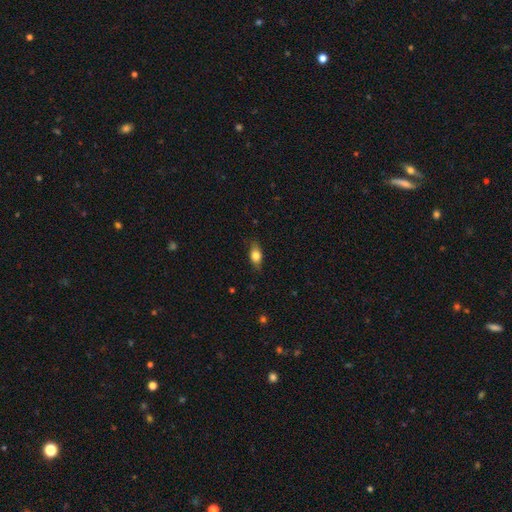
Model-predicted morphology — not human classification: Smooth or featured?
  - smooth: 76% *
  - featured or disk: 16%
  - star or artifact: 7%
How rounded?
  - in between: 80% *
  - cigar-shaped: 12%
  - round: 8%
Merging?
  - none: 81% *
  - minor disturbance: 15%
  - major disturbance: 3%
  - merger: 1%